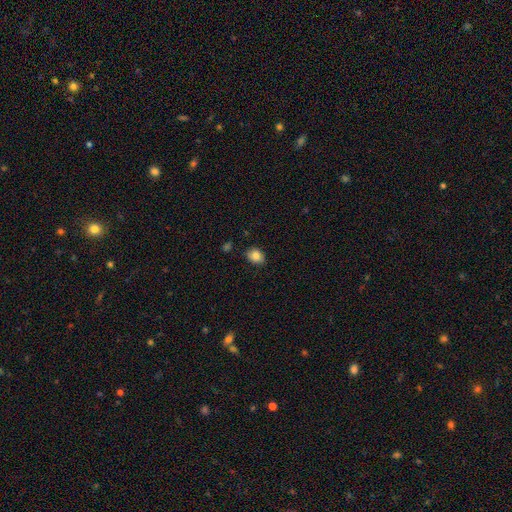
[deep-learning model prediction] smooth-or-featured: smooth: 84% | star or artifact: 9% | featured or disk: 7%
  how-rounded: in between: 58% | round: 41% | cigar-shaped: 1%
  merging: none: 84% | minor disturbance: 12% | major disturbance: 2% | merger: 2%